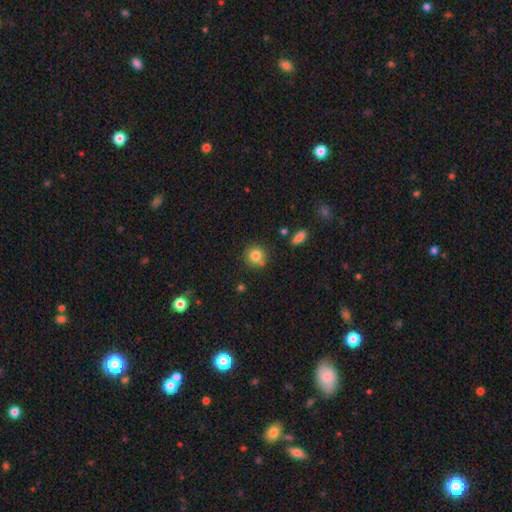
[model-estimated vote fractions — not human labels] Smooth or featured? smooth (81%)
How rounded? round (91%)
Merging? none (77%)